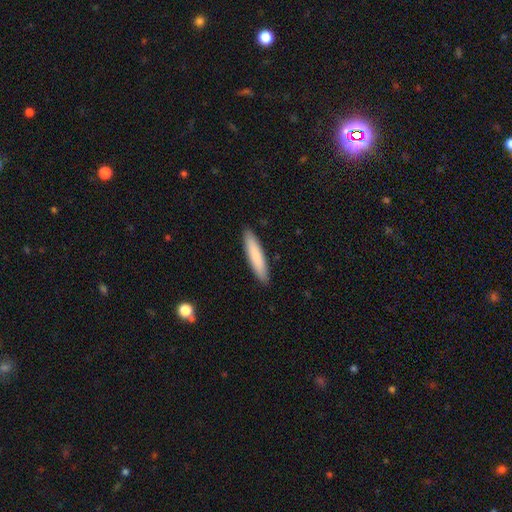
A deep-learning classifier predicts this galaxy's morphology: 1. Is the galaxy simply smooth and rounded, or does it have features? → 83% smooth, 12% featured or disk, 5% star or artifact.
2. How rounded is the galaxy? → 88% cigar-shaped, 11% in between, 1% round.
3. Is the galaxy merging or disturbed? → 91% none, 7% minor disturbance, 1% major disturbance, 1% merger.